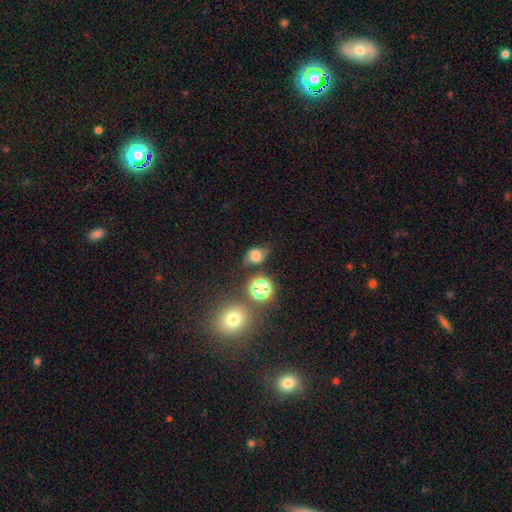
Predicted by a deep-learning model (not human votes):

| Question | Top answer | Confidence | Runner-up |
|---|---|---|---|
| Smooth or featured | smooth | 59% | featured or disk (22%) |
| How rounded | round | 53% | in between (45%) |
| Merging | none | 57% | minor disturbance (26%) |